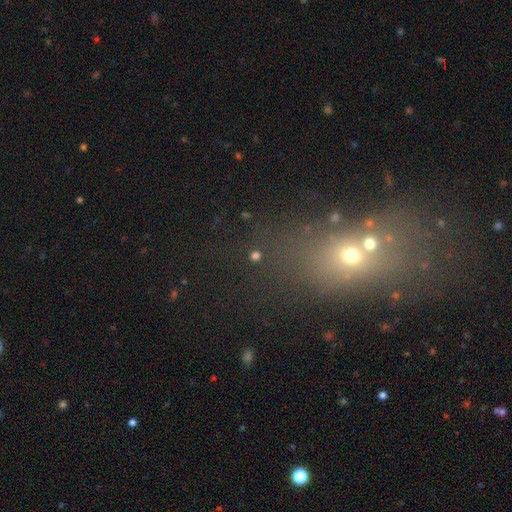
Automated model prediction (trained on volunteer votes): Smooth or featured? smooth (57%)
How rounded? round (87%)
Merging? none (83%)